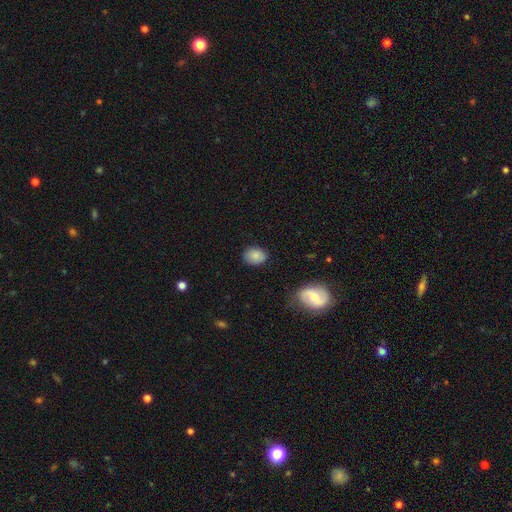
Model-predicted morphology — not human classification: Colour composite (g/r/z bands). It shows a smooth galaxy with no disk features (83%) that is in between round and cigar-shaped (65%). Merging: none (81%).